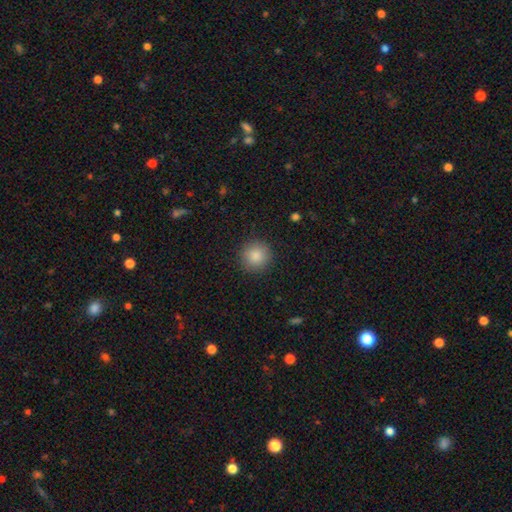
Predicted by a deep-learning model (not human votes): Smooth or featured?
  - smooth: 87% *
  - star or artifact: 9%
  - featured or disk: 4%
How rounded?
  - round: 95% *
  - in between: 4%
  - cigar-shaped: 1%
Merging?
  - none: 90% *
  - minor disturbance: 6%
  - major disturbance: 2%
  - merger: 1%